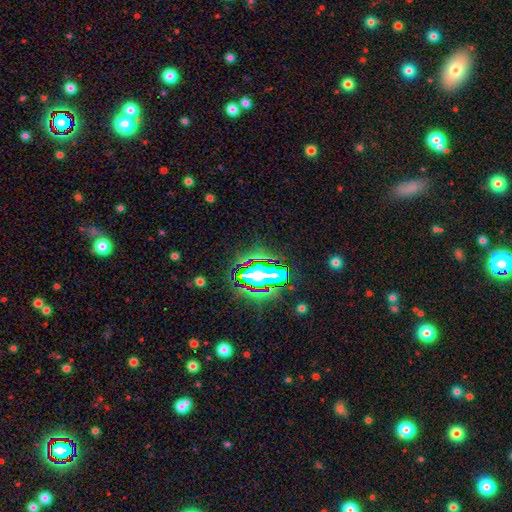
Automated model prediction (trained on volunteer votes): Smooth or featured?
  - star or artifact: 71% *
  - smooth: 15%
  - featured or disk: 15%